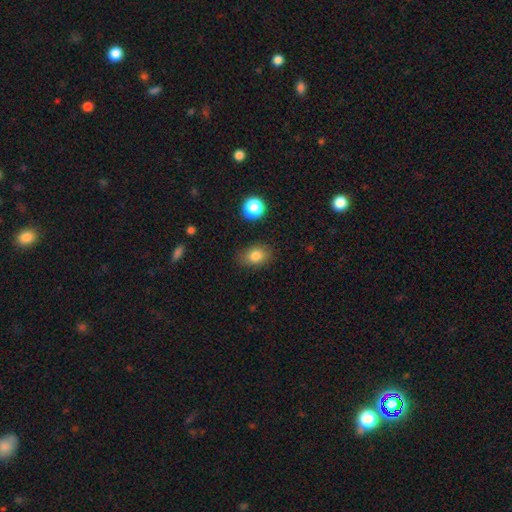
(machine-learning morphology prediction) smooth_or_featured: smooth (p=0.81) [alt: star or artifact p=0.11]
how_rounded: in between (p=0.71) [alt: round p=0.27]
merging: none (p=0.82) [alt: minor disturbance p=0.13]